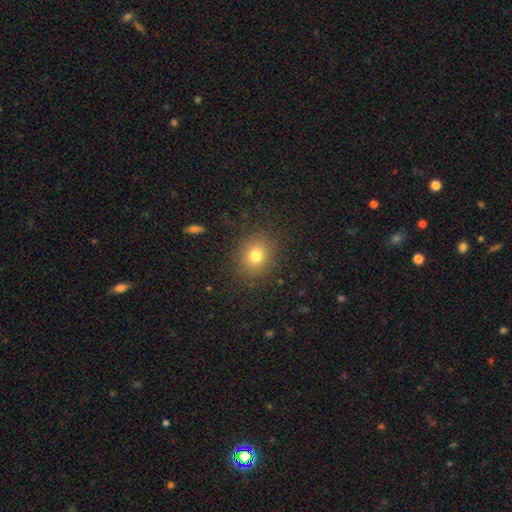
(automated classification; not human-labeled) Morphology: type=smooth (78%); roundness=round (72%); merging=none (87%).